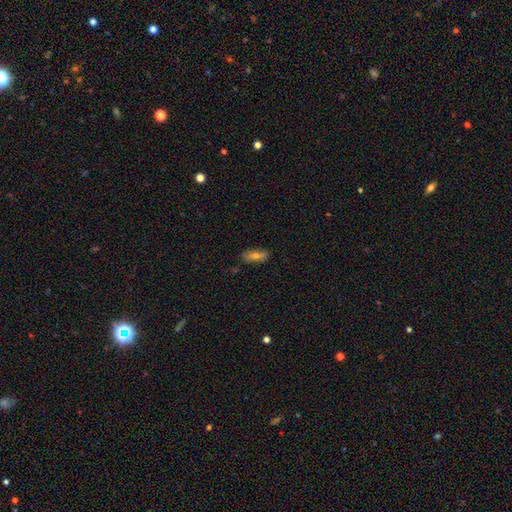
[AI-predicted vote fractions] Smooth or featured?
  - smooth: 58% *
  - featured or disk: 30%
  - star or artifact: 13%
How rounded?
  - in between: 63% *
  - cigar-shaped: 33%
  - round: 4%
Merging?
  - none: 83% *
  - minor disturbance: 13%
  - major disturbance: 3%
  - merger: 2%